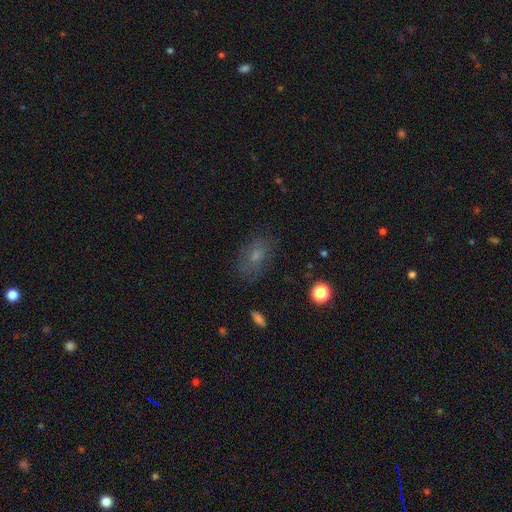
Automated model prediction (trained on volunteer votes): A smooth galaxy with no disk features (57%) that is in between round and cigar-shaped (80%).

Vote fractions:
- Smooth or featured? smooth: 57% / featured or disk: 26% / star or artifact: 17%
- How rounded? in between: 80% / round: 18% / cigar-shaped: 2%
- Merging? none: 74% / minor disturbance: 18% / major disturbance: 7% / merger: 2%